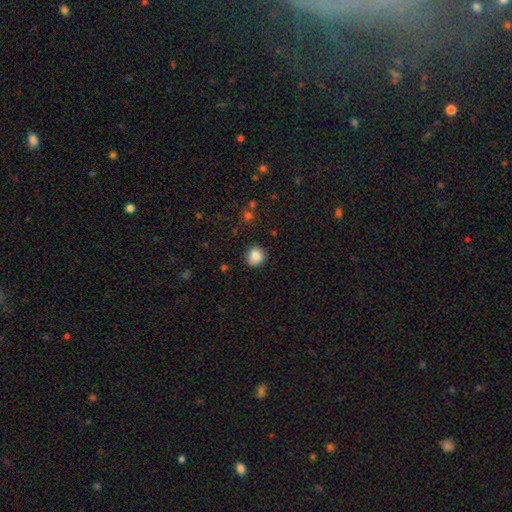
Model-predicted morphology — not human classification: A smooth galaxy with no disk features (85%) that is round (88%). Merging: none (88%).